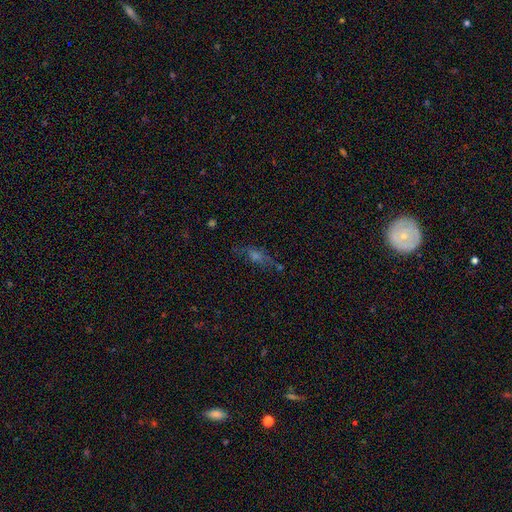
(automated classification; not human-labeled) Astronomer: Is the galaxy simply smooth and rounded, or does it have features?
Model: featured or disk — 41% (runner-up: smooth, 31%).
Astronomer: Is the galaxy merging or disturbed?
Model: none — 72%.